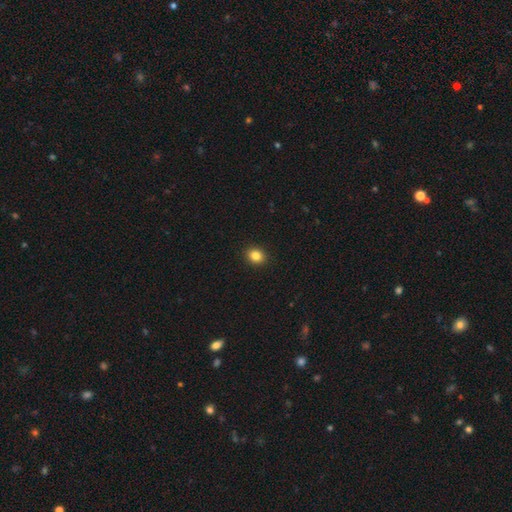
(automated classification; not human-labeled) smooth-or-featured: smooth: 84% | star or artifact: 11% | featured or disk: 5%
  how-rounded: round: 60% | in between: 39% | cigar-shaped: 1%
  merging: none: 92% | minor disturbance: 5% | major disturbance: 2% | merger: 1%